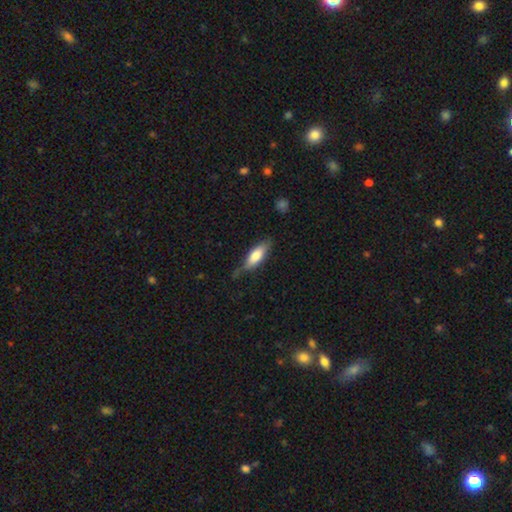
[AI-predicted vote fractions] The model was most divided on "how rounded": in between: 60%, cigar-shaped: 38%, round: 2%. More confident: smooth or featured — smooth (70%); merging — none (61%).